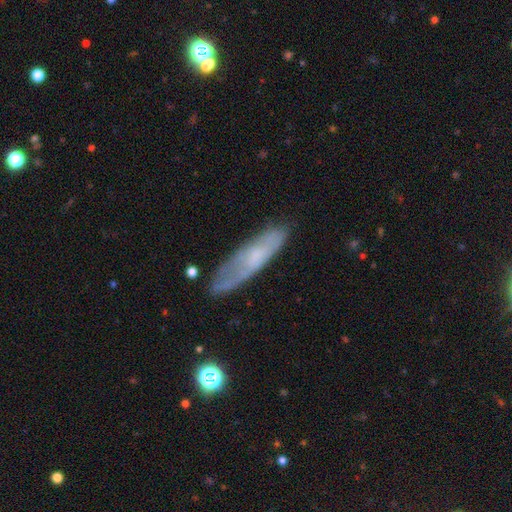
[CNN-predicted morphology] type=smooth (49%); merging=none (65%).